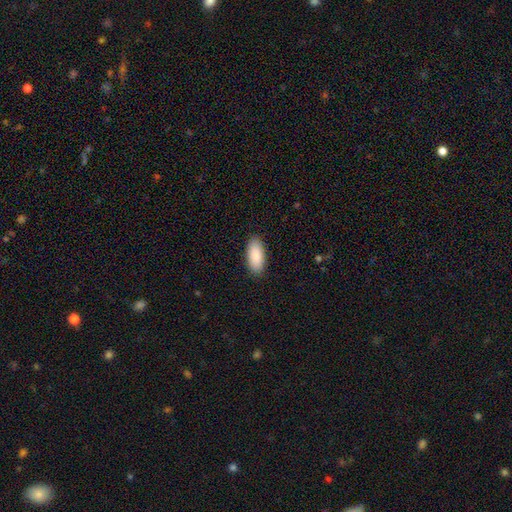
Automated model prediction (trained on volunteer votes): Smooth or featured? smooth (90%)
How rounded? in between (89%)
Merging? none (90%)